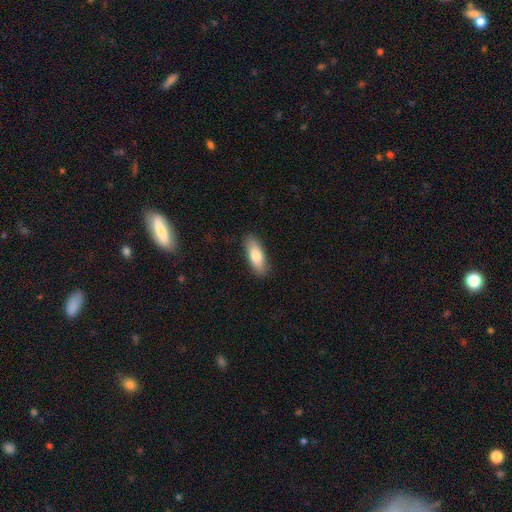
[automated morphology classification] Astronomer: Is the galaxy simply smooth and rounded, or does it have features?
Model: smooth — 80%.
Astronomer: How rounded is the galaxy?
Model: in between — 65%.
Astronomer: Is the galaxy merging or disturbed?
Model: none — 87%.